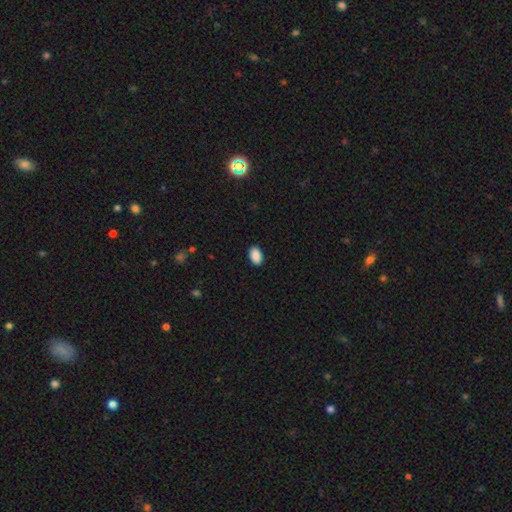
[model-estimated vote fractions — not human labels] Smooth or featured? smooth (90%)
How rounded? in between (91%)
Merging? none (89%)